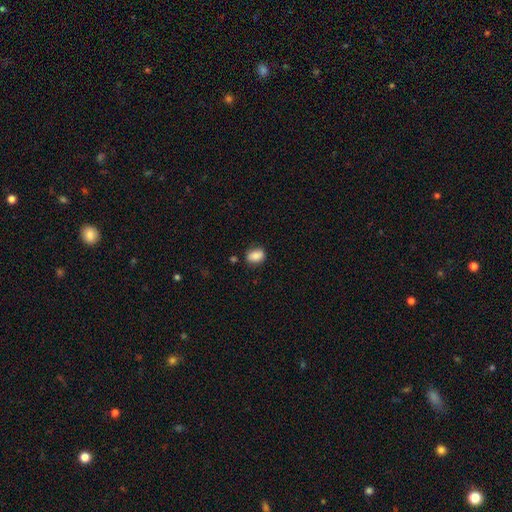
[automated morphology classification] Smooth or featured? smooth (85%)
How rounded? in between (68%)
Merging? none (78%)